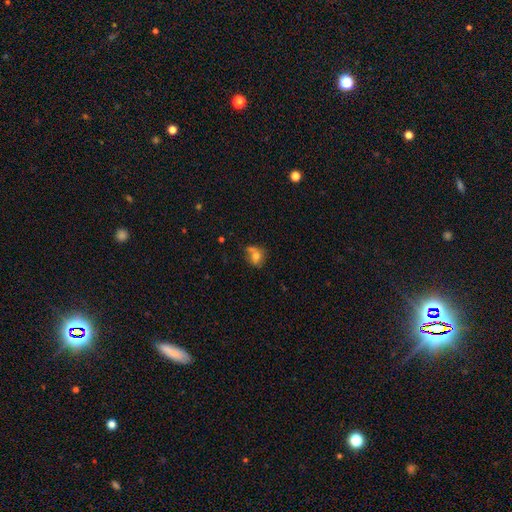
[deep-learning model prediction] This appears to be a smooth galaxy with no disk features (66%) that is round (65%). Merging: none (46%).